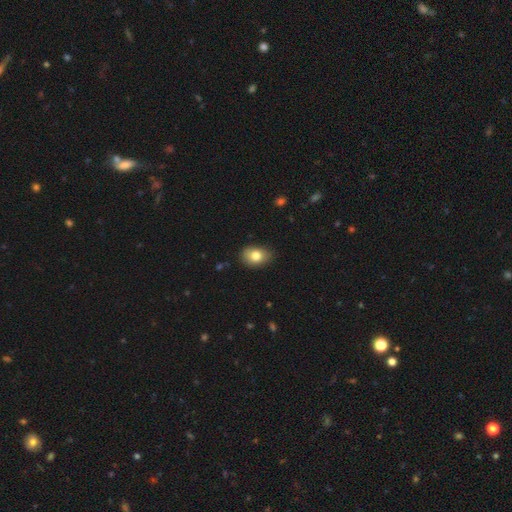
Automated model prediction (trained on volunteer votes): smooth 80%, featured or disk 11%, star or artifact 9%. Down the decision tree: how rounded — in between (74%); merging — none (79%).